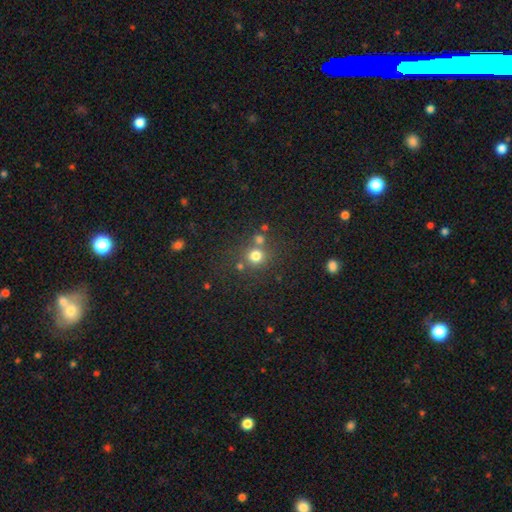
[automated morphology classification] The model was most divided on "merging": none: 66%, merger: 21%, minor disturbance: 9%, major disturbance: 4%. More confident: how rounded — round (90%); smooth or featured — smooth (74%).